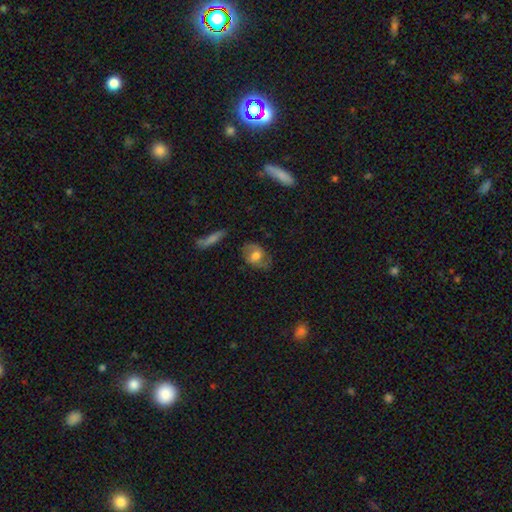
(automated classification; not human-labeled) smooth_or_featured: featured or disk (p=0.47) [alt: smooth p=0.46]
merging: none (p=0.72) [alt: minor disturbance p=0.19]